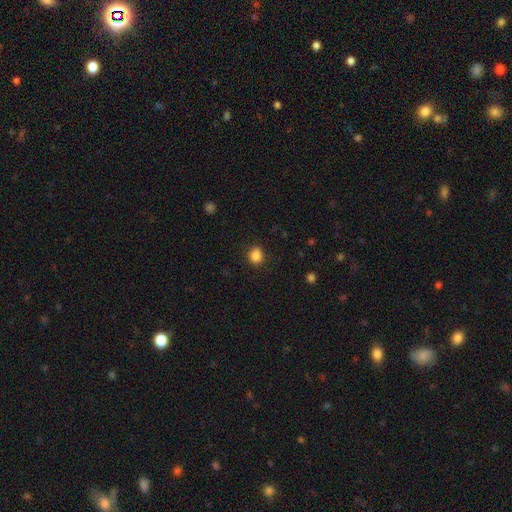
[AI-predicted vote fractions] This is clearly a smooth galaxy (85%). How rounded: likely round (74%). Merging: clearly none (86%).